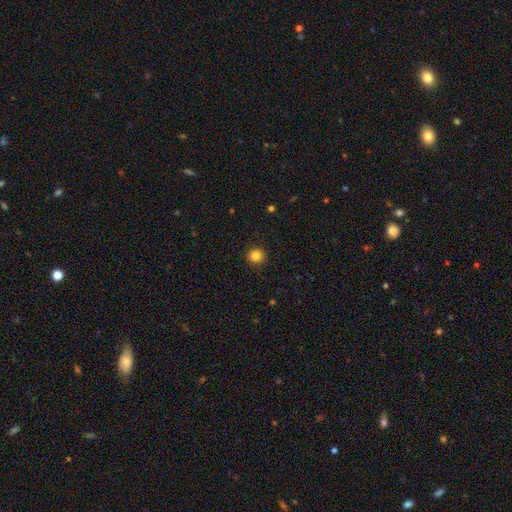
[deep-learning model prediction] The model was most divided on "smooth or featured": smooth: 84%, star or artifact: 12%, featured or disk: 4%. More confident: how rounded — round (93%); merging — none (92%).